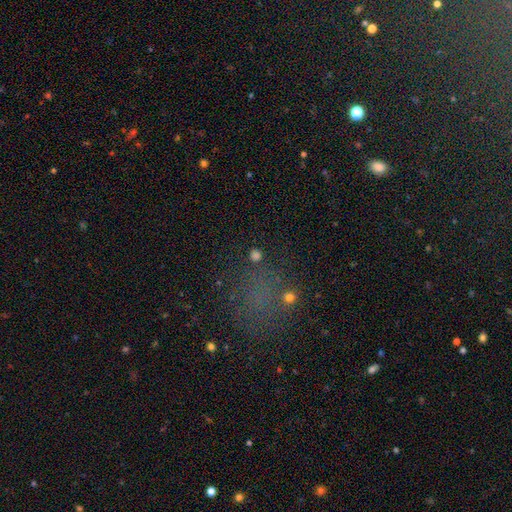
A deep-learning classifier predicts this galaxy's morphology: smooth-or-featured: smooth: 68% | star or artifact: 25% | featured or disk: 6%
  how-rounded: round: 89% | in between: 9% | cigar-shaped: 1%
  merging: none: 81% | minor disturbance: 8% | merger: 7% | major disturbance: 5%